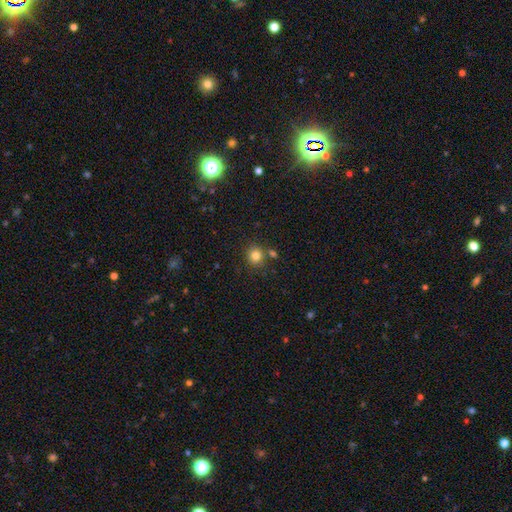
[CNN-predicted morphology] Smooth or featured? Predicted: smooth (p=0.82). How rounded? Predicted: round (p=0.87). Merging? Predicted: none (p=0.78).